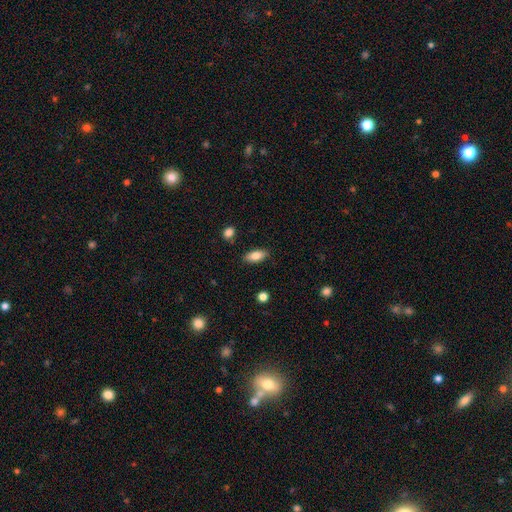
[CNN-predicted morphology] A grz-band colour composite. It shows a smooth galaxy with no disk features (81%) that is in between round and cigar-shaped (86%). Merging: none (86%).